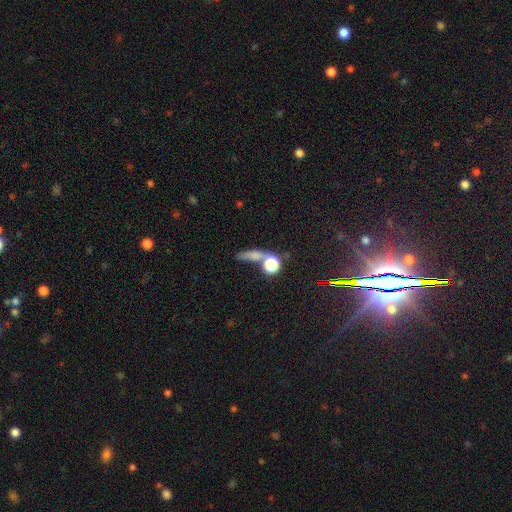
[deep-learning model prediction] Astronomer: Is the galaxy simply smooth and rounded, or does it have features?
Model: smooth — 63%.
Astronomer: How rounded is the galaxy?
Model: round — 39% (runner-up: cigar-shaped, 36%).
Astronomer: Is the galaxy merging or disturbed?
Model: none — 45% (runner-up: merger, 30%).